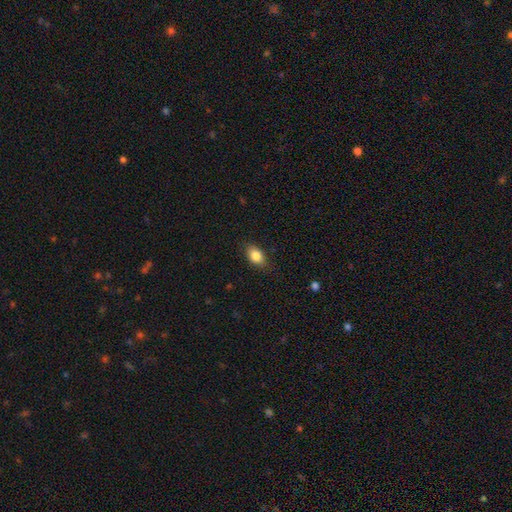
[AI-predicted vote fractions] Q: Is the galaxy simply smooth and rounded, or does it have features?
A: smooth — 84%.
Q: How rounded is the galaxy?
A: in between — 84%.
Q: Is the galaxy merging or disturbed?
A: none — 80%.